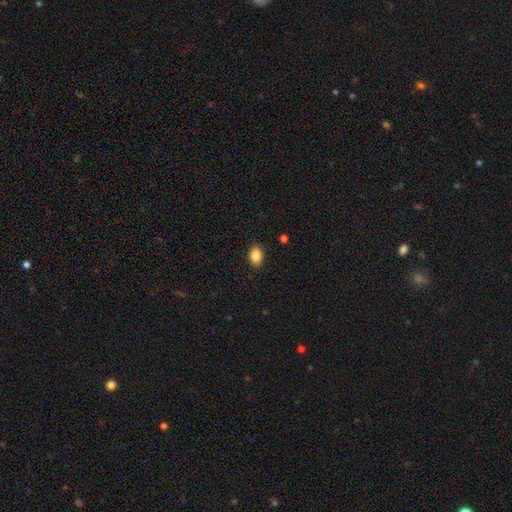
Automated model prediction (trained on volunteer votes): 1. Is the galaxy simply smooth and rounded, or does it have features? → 86% smooth, 9% star or artifact, 5% featured or disk.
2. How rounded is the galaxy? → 81% in between, 18% round, 1% cigar-shaped.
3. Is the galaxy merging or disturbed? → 89% none, 8% minor disturbance, 2% major disturbance, 1% merger.